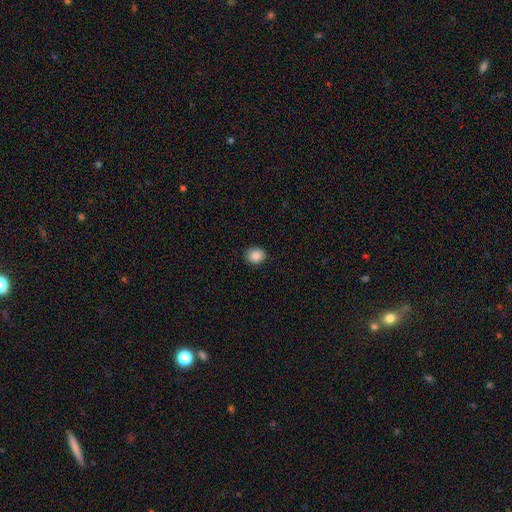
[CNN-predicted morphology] smooth_or_featured: smooth (p=0.88) [alt: star or artifact p=0.09]
how_rounded: round (p=0.66) [alt: in between p=0.33]
merging: none (p=0.88) [alt: minor disturbance p=0.09]